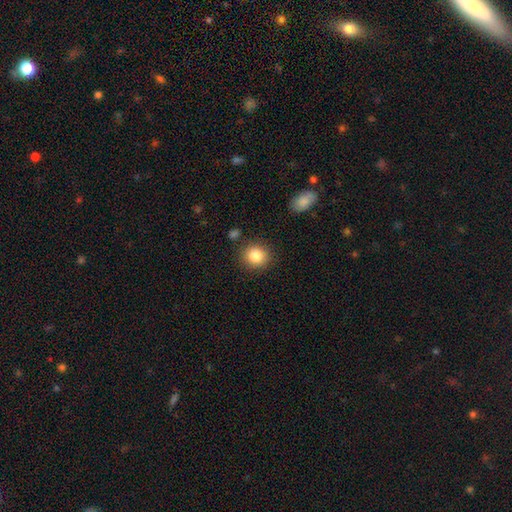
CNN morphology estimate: A smooth galaxy with no disk features (85%) that is round (87%).

Vote fractions:
- Smooth or featured? smooth: 85% / star or artifact: 9% / featured or disk: 6%
- How rounded? round: 87% / in between: 12% / cigar-shaped: 1%
- Merging? none: 87% / minor disturbance: 8% / merger: 3% / major disturbance: 3%